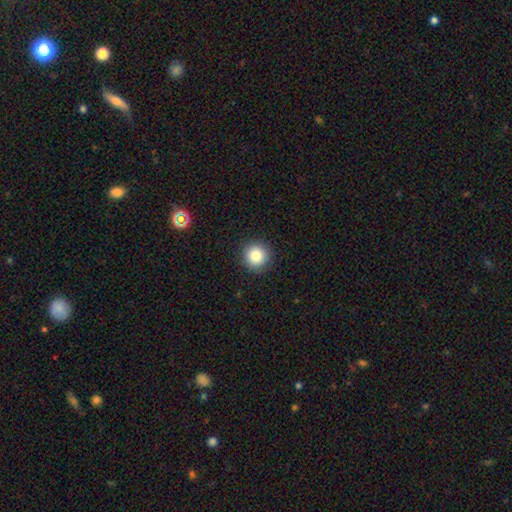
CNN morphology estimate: A smooth galaxy with no disk features (83%) that is round (95%).

Vote fractions:
- Smooth or featured? smooth: 83% / star or artifact: 11% / featured or disk: 7%
- How rounded? round: 95% / in between: 4% / cigar-shaped: 1%
- Merging? none: 92% / minor disturbance: 5% / major disturbance: 2% / merger: 1%